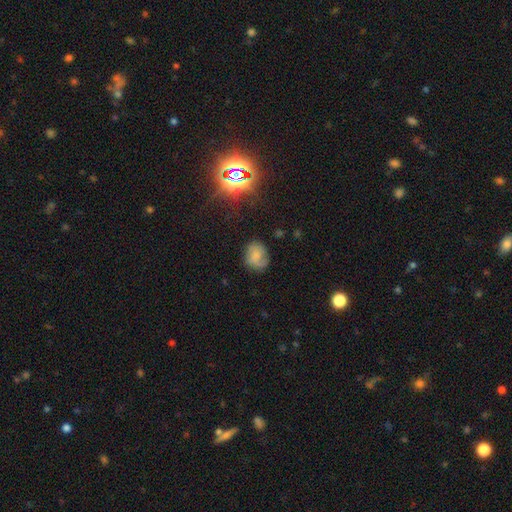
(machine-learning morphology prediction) A smooth galaxy with no disk features (59%) that is round (60%).

Vote fractions:
- Smooth or featured? smooth: 59% / featured or disk: 28% / star or artifact: 13%
- How rounded? round: 60% / in between: 39% / cigar-shaped: 1%
- Merging? none: 62% / minor disturbance: 24% / major disturbance: 11% / merger: 2%